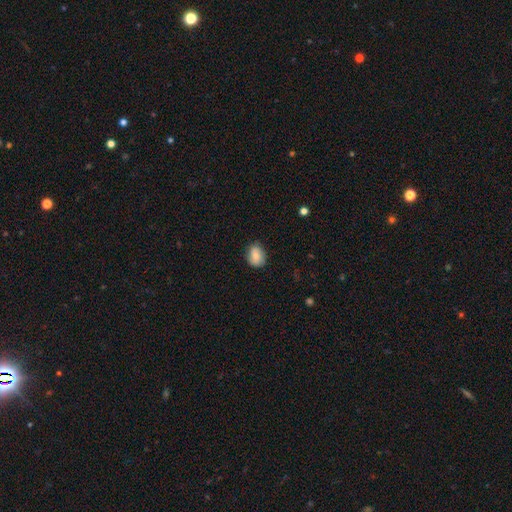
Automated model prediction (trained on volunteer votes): Smooth or featured: smooth — 78% (featured or disk — 15%)
How rounded: in between — 55% (round — 44%)
Merging: none — 77% (minor disturbance — 19%)